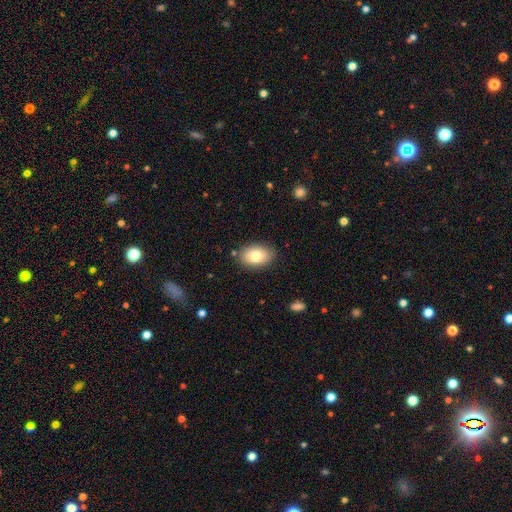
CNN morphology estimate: The model was most divided on "smooth or featured": smooth: 80%, featured or disk: 13%, star or artifact: 7%. More confident: how rounded — in between (88%); merging — none (84%).